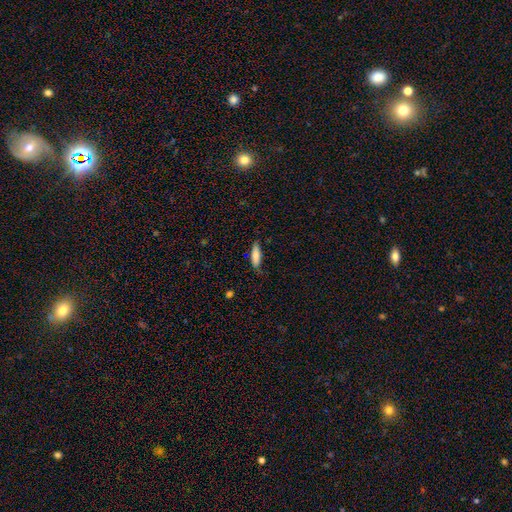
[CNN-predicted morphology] smooth-or-featured: smooth: 81% | featured or disk: 13% | star or artifact: 6%
  how-rounded: cigar-shaped: 53% | in between: 45% | round: 2%
  merging: none: 77% | minor disturbance: 19% | major disturbance: 3% | merger: 1%